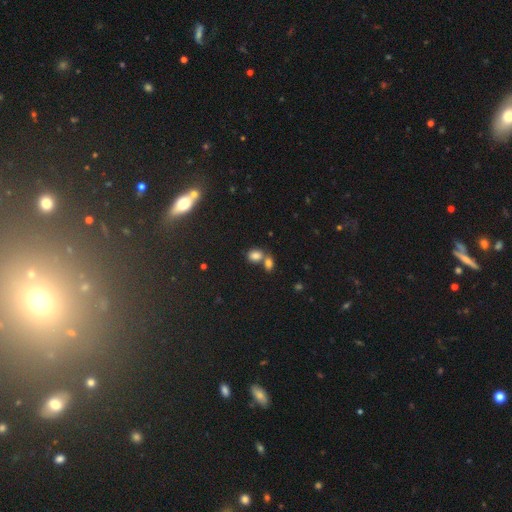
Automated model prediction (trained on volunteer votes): This appears to be a smooth galaxy with no disk features (81%) that is in between round and cigar-shaped (61%). Merging: merger (49%).